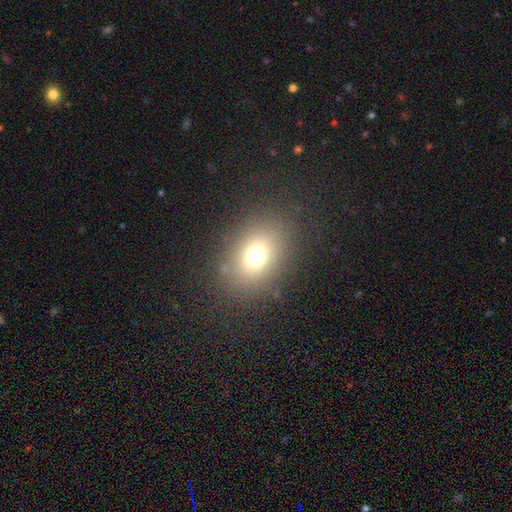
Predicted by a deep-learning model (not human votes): The model was most divided on "how rounded": in between: 56%, round: 43%, cigar-shaped: 1%. More confident: merging — none (83%); smooth or featured — smooth (70%).